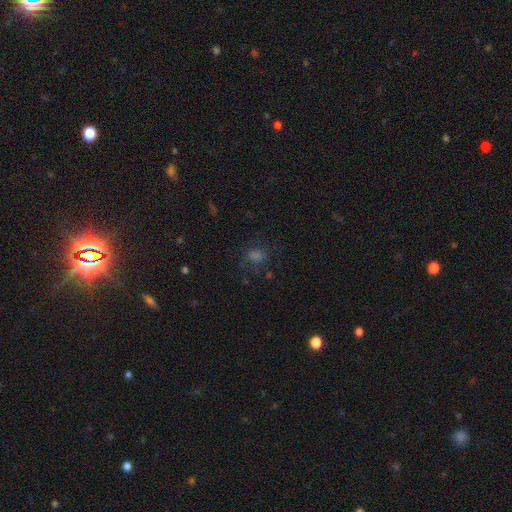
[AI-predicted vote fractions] Smooth or featured?
  - smooth: 53% *
  - star or artifact: 33%
  - featured or disk: 15%
How rounded?
  - round: 52% *
  - in between: 46%
  - cigar-shaped: 2%
Merging?
  - none: 65% *
  - minor disturbance: 17%
  - major disturbance: 15%
  - merger: 3%